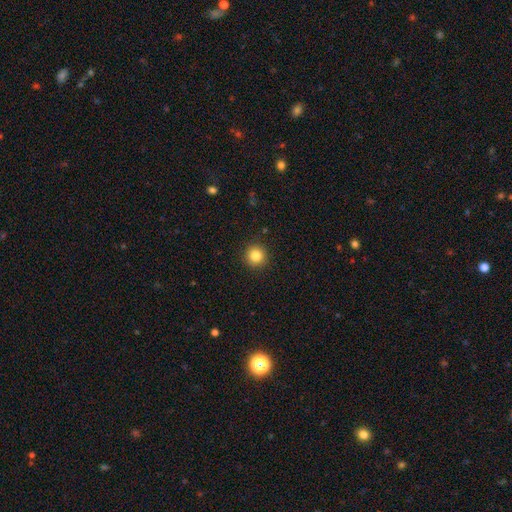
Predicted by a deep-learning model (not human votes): smooth 84%, star or artifact 11%, featured or disk 5%. Down the decision tree: how rounded — round (94%); merging — none (92%).